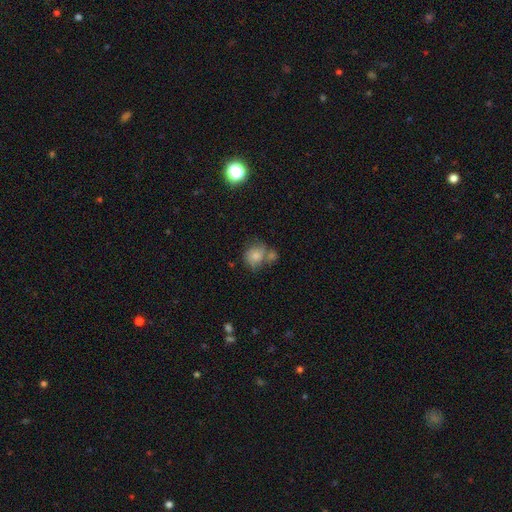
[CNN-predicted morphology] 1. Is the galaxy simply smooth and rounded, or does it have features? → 72% smooth, 19% featured or disk, 9% star or artifact.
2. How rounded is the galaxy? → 66% round, 33% in between, 1% cigar-shaped.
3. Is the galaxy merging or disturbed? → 39% none, 34% merger, 19% minor disturbance, 9% major disturbance.